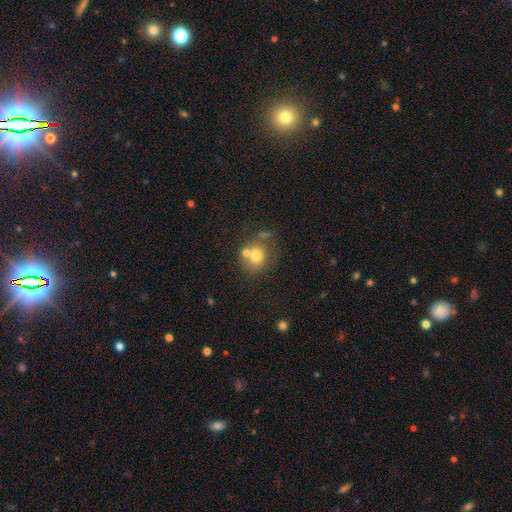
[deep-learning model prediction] Q: Smooth or featured?
A: smooth (71%); runner-up: featured or disk (16%)
Q: How rounded?
A: round (79%); runner-up: in between (20%)
Q: Merging?
A: none (52%); runner-up: merger (29%)